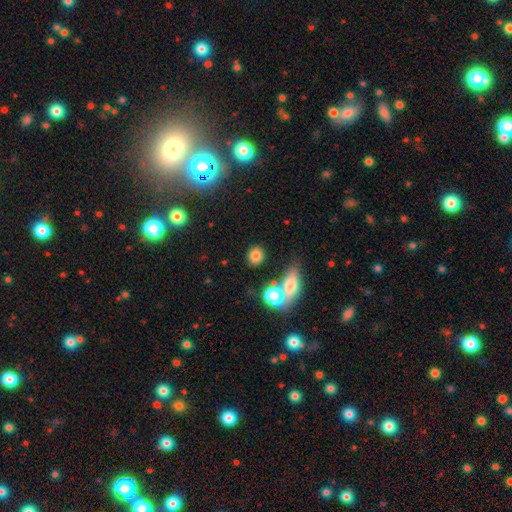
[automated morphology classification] type=smooth (80%); roundness=round (69%); merging=none (77%).